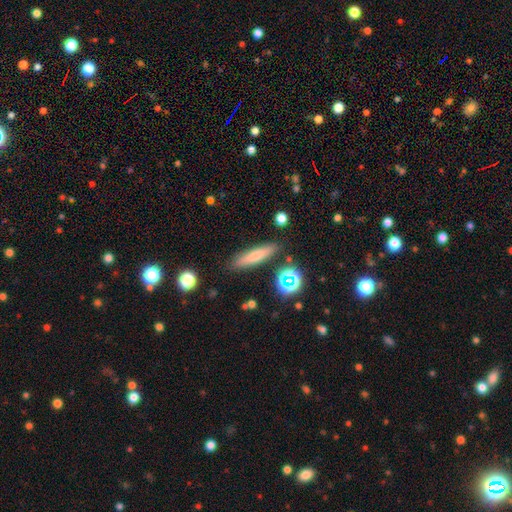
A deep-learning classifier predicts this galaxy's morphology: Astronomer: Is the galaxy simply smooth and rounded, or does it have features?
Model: smooth — 73%.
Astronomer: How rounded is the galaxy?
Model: cigar-shaped — 81%.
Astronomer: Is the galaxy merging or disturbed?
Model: none — 86%.